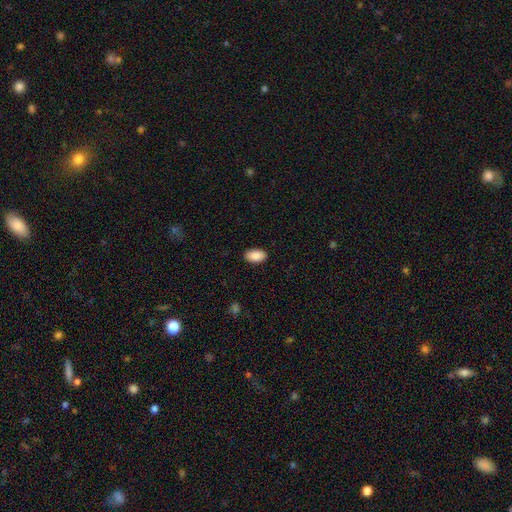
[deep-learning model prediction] smooth 89%, star or artifact 7%, featured or disk 4%. Down the decision tree: how rounded — in between (94%); merging — none (89%).